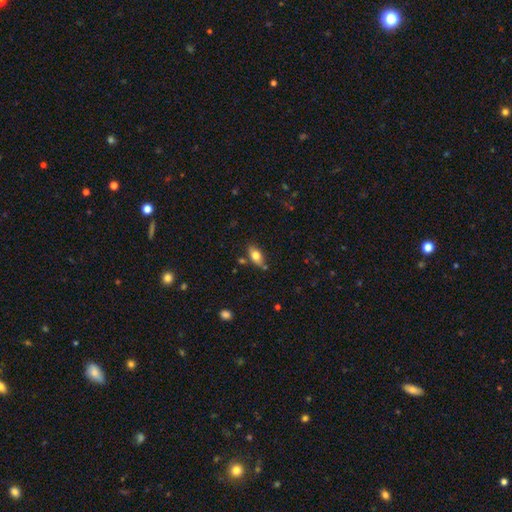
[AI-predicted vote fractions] A smooth galaxy with no disk features (71%) that is in between round and cigar-shaped (85%).

Vote fractions:
- Smooth or featured? smooth: 71% / featured or disk: 22% / star or artifact: 8%
- How rounded? in between: 85% / cigar-shaped: 10% / round: 5%
- Merging? none: 73% / minor disturbance: 17% / merger: 6% / major disturbance: 4%